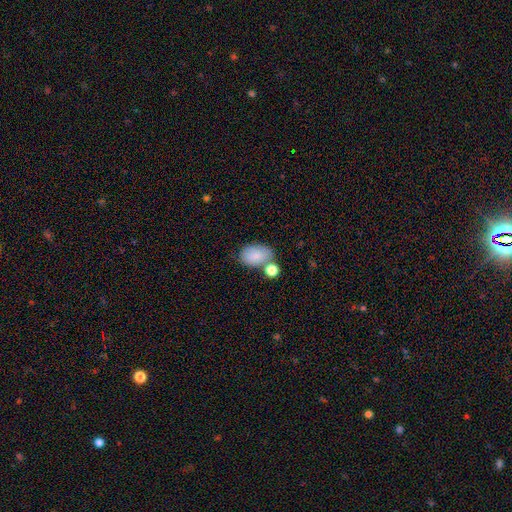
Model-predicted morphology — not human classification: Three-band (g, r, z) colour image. It shows a smooth galaxy with no disk features (83%) that is in between round and cigar-shaped (88%). Merging: none (55%).